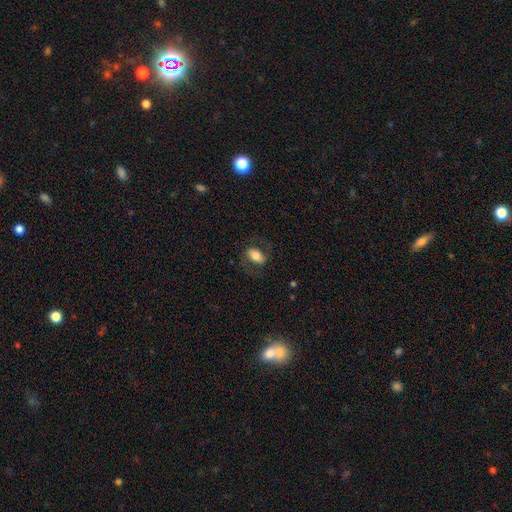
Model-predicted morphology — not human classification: Smooth or featured?
  - smooth: 63% *
  - featured or disk: 30%
  - star or artifact: 8%
How rounded?
  - in between: 88% *
  - round: 9%
  - cigar-shaped: 3%
Merging?
  - none: 70% *
  - minor disturbance: 16%
  - major disturbance: 12%
  - merger: 1%